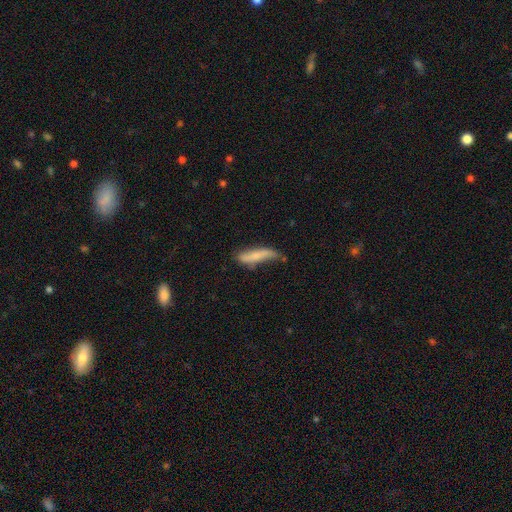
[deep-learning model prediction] smooth_or_featured: smooth (p=0.64) [alt: featured or disk p=0.29]
how_rounded: cigar-shaped (p=0.77) [alt: in between p=0.21]
merging: none (p=0.46) [alt: minor disturbance p=0.37]